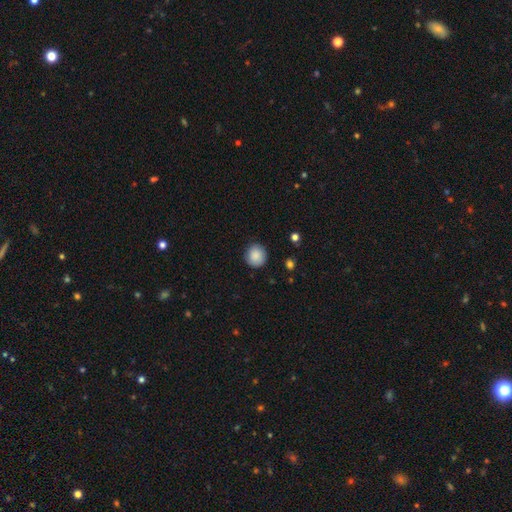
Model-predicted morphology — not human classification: smooth-or-featured: smooth: 87% | star or artifact: 8% | featured or disk: 5%
  how-rounded: round: 89% | in between: 10% | cigar-shaped: 1%
  merging: none: 85% | minor disturbance: 11% | major disturbance: 2% | merger: 1%